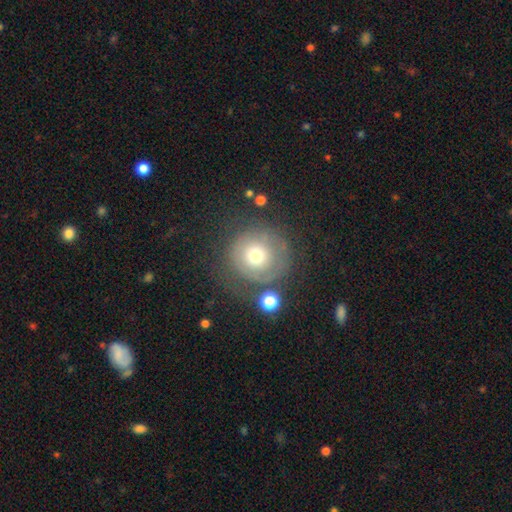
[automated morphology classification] Q: Smooth or featured?
A: smooth (51%); runner-up: featured or disk (39%)
Q: How rounded?
A: round (93%); runner-up: in between (6%)
Q: Merging?
A: none (61%); runner-up: minor disturbance (17%)